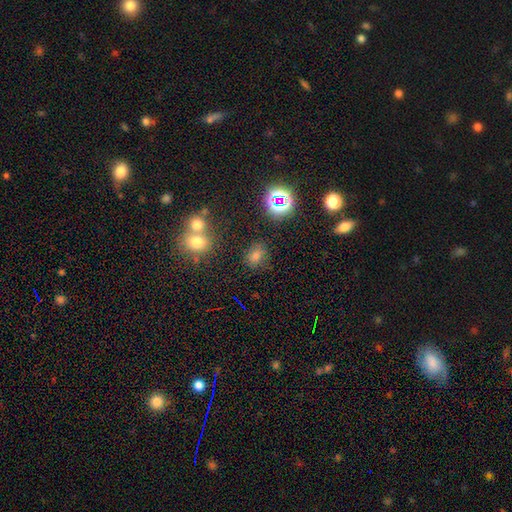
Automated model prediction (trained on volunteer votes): The model was most divided on "how rounded": in between: 54%, round: 44%, cigar-shaped: 2%. More confident: merging — none (76%); smooth or featured — smooth (62%).